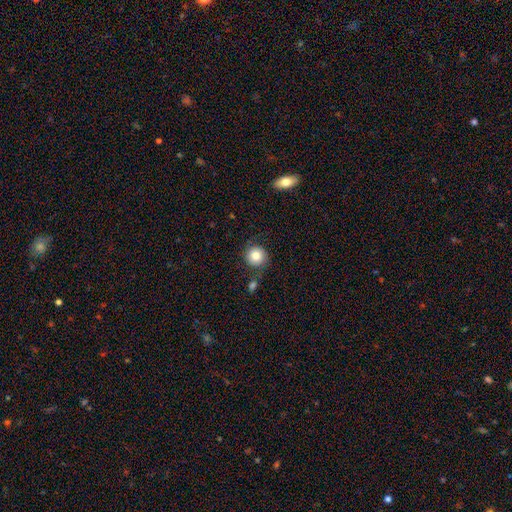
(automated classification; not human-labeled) The model was most divided on "merging": none: 74%, minor disturbance: 14%, merger: 7%, major disturbance: 5%. More confident: how rounded — round (92%); smooth or featured — smooth (82%).